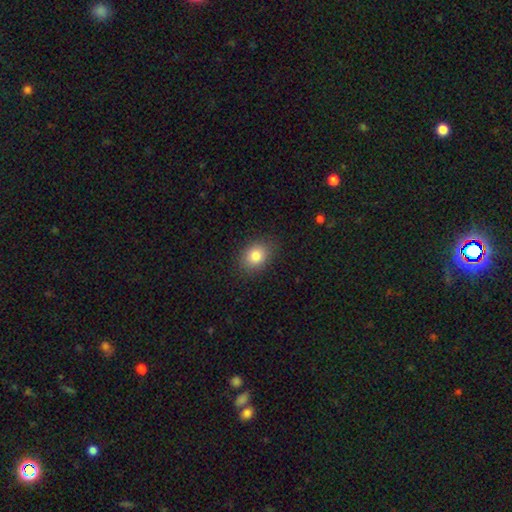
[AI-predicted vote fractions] smooth 83%, star or artifact 10%, featured or disk 8%. Down the decision tree: how rounded — in between (56%); merging — none (85%).